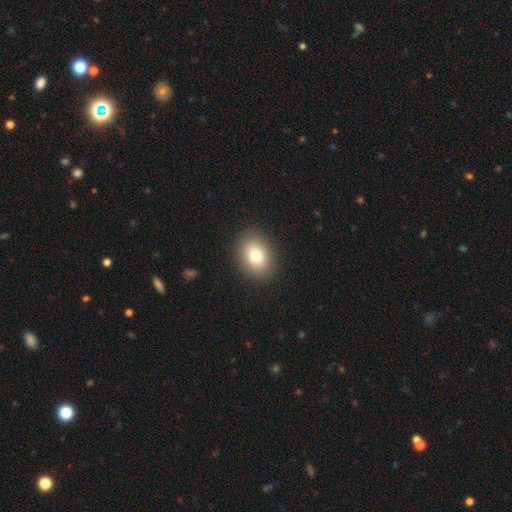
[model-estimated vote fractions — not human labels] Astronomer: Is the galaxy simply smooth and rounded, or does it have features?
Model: smooth — 77%.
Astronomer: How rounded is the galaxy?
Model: in between — 54% (runner-up: round, 45%).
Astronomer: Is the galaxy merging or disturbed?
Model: none — 89%.